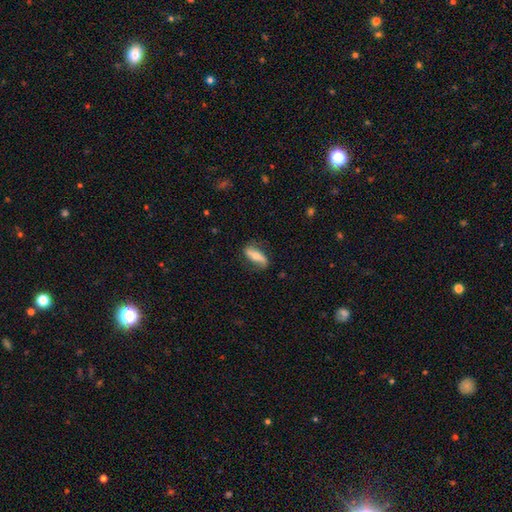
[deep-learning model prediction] smooth_or_featured: featured or disk (p=0.52) [alt: smooth p=0.41]
disk_edge_on: no (p=0.68) [alt: yes p=0.32]
merging: none (p=0.76) [alt: minor disturbance p=0.18]